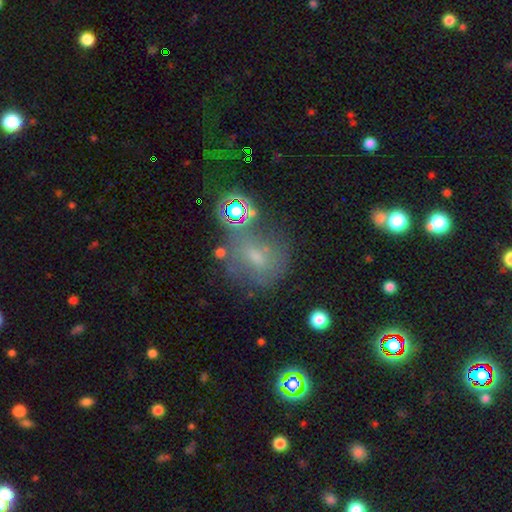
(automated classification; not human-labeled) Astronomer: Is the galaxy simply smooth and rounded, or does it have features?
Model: smooth — 41% (runner-up: star or artifact, 30%).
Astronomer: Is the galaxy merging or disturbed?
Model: none — 57%.